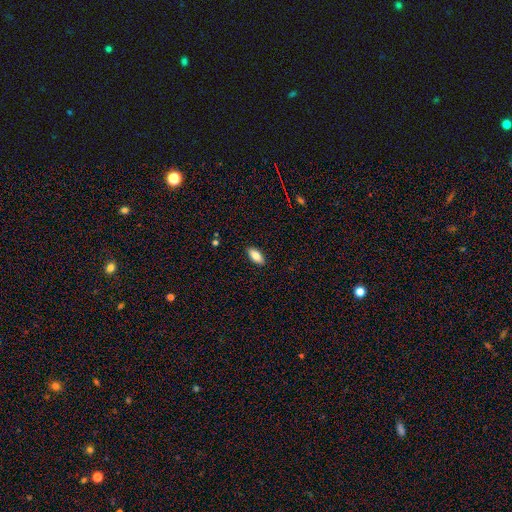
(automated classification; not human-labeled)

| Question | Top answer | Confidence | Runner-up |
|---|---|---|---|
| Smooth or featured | smooth | 82% | featured or disk (11%) |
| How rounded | in between | 89% | cigar-shaped (9%) |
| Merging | none | 89% | minor disturbance (8%) |